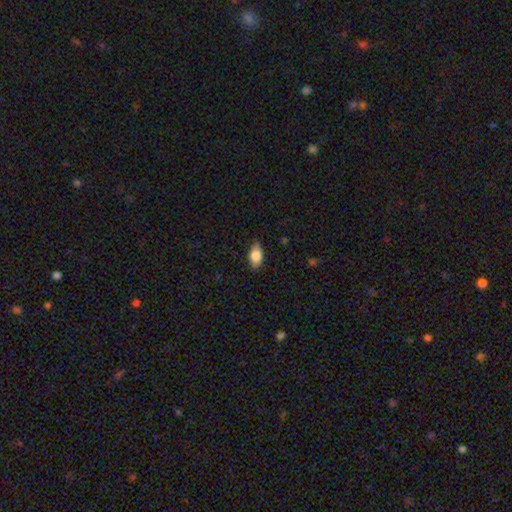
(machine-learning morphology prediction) Q: Smooth or featured?
A: smooth (77%); runner-up: featured or disk (16%)
Q: How rounded?
A: in between (89%); runner-up: round (6%)
Q: Merging?
A: none (82%); runner-up: minor disturbance (14%)